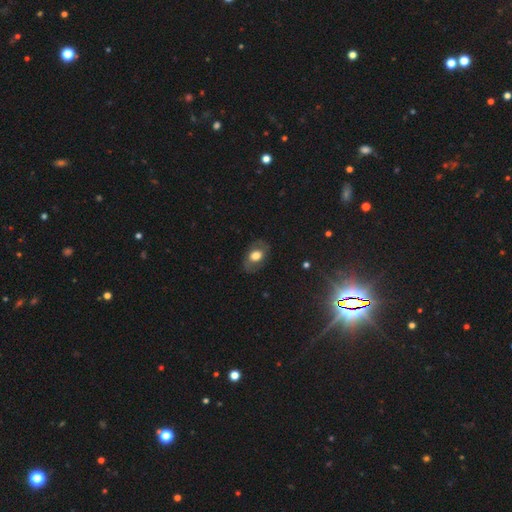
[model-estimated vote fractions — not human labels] A smooth galaxy with no disk features (57%) that is in between round and cigar-shaped (80%). Merging: none (77%).